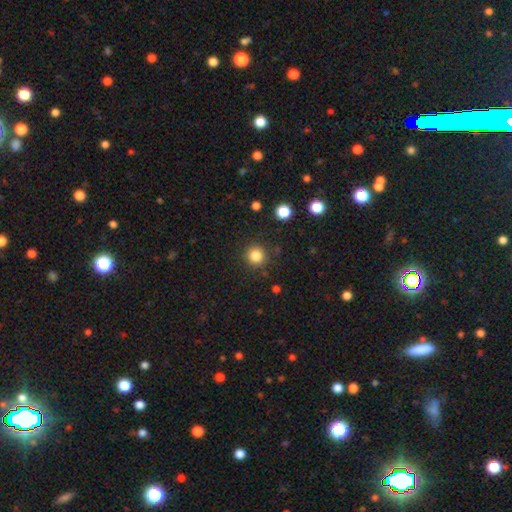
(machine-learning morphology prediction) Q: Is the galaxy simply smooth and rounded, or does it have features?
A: smooth — 84%.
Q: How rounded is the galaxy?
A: round — 94%.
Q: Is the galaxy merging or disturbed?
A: none — 89%.